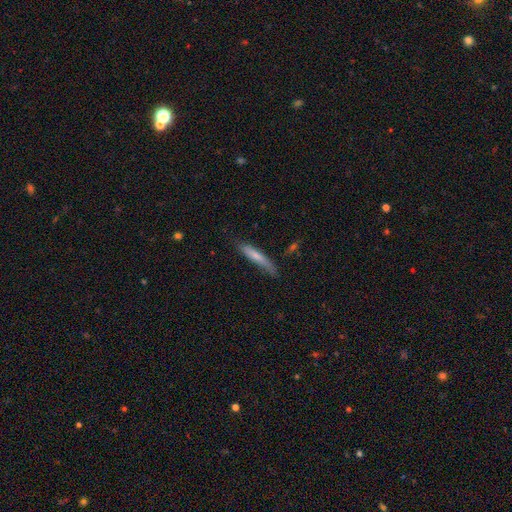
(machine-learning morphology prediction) A smooth galaxy with no disk features (70%) that is cigar-shaped (89%).

Vote fractions:
- Smooth or featured? smooth: 70% / featured or disk: 24% / star or artifact: 6%
- How rounded? cigar-shaped: 89% / in between: 9% / round: 1%
- Merging? none: 73% / minor disturbance: 21% / major disturbance: 4% / merger: 2%